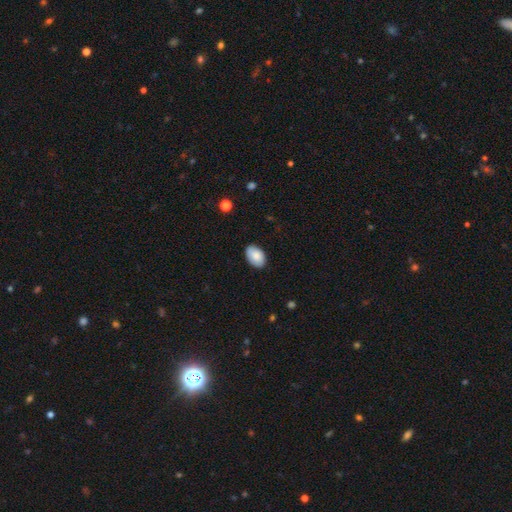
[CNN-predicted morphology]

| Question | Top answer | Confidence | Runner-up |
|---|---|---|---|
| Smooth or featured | smooth | 85% | featured or disk (8%) |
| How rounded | in between | 89% | round (10%) |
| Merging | none | 84% | minor disturbance (13%) |